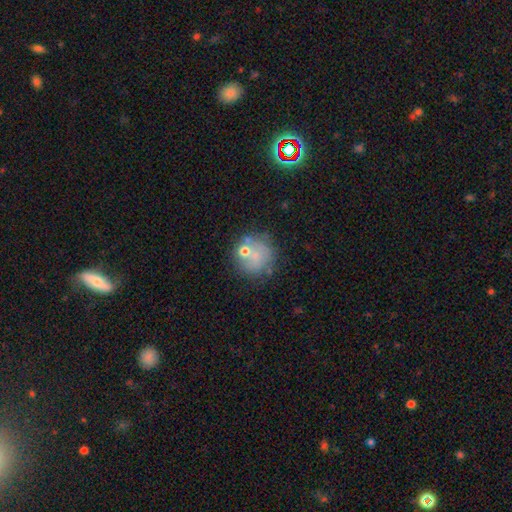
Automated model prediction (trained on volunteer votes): Overall: smooth (55%; featured or disk 31%). How rounded: round (88%). Merging: none (58%).